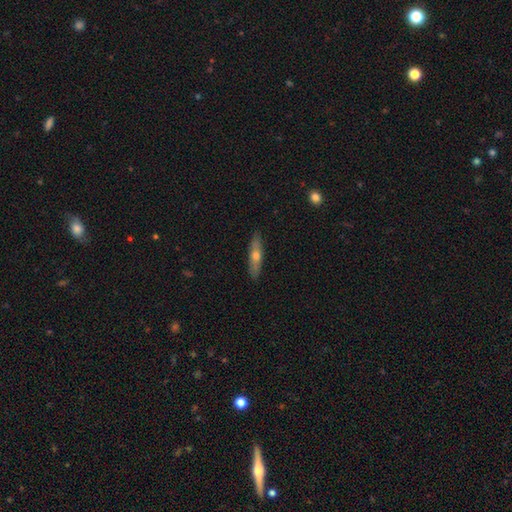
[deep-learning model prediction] Smooth or featured? featured or disk (49%)
Merging? none (89%)